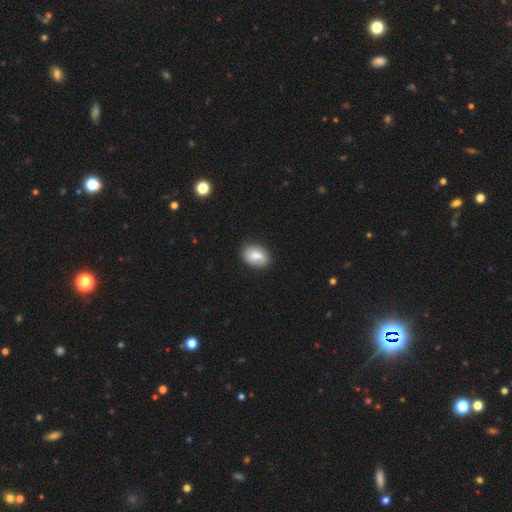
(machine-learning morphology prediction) type=smooth (74%); roundness=in between (77%); merging=none (76%).